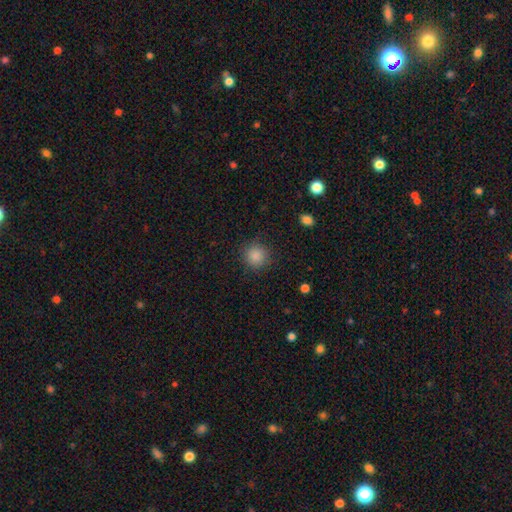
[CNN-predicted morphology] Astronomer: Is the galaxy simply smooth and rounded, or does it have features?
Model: smooth — 86%.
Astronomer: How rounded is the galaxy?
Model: round — 92%.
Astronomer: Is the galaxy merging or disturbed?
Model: none — 88%.